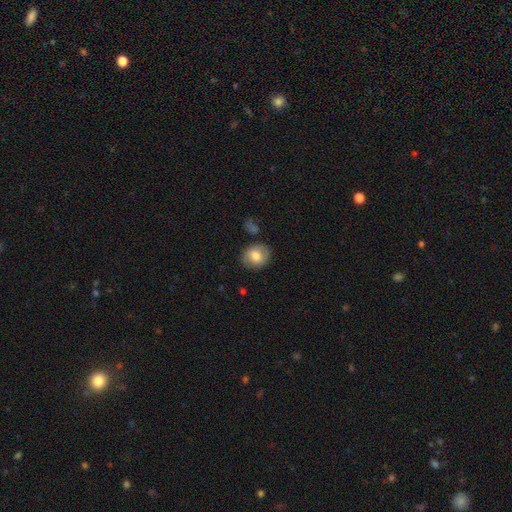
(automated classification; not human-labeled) Morphology: type=smooth (77%); roundness=round (65%); merging=none (82%).